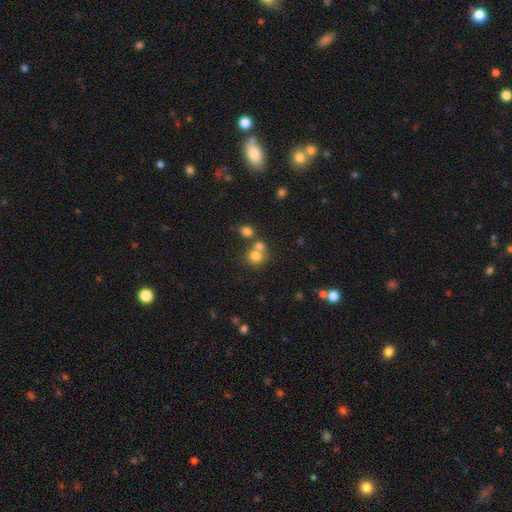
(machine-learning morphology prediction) A smooth galaxy with no disk features (75%) that is round (82%).

Vote fractions:
- Smooth or featured? smooth: 75% / star or artifact: 14% / featured or disk: 11%
- How rounded? round: 82% / in between: 17% / cigar-shaped: 1%
- Merging? none: 48% / merger: 41% / minor disturbance: 8% / major disturbance: 4%